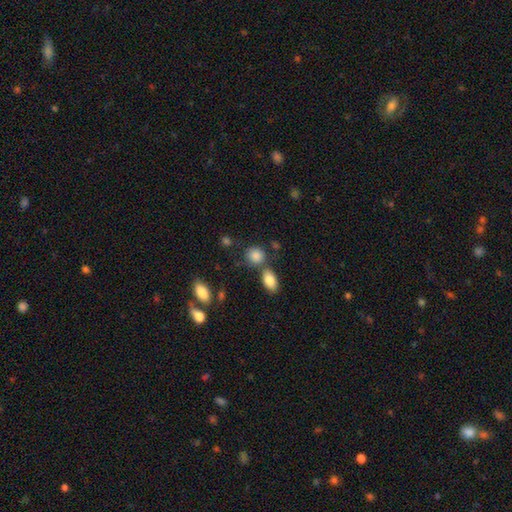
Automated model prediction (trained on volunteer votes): smooth 86%, star or artifact 9%, featured or disk 6%. Down the decision tree: how rounded — round (69%); merging — none (62%).